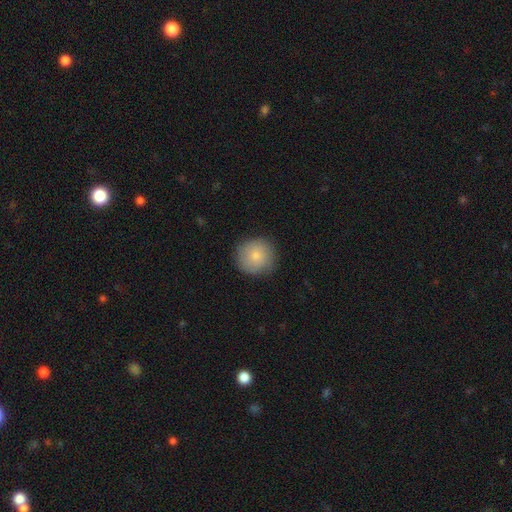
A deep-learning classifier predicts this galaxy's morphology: The model was most divided on "smooth or featured": smooth: 82%, featured or disk: 12%, star or artifact: 7%. More confident: how rounded — round (93%); merging — none (85%).